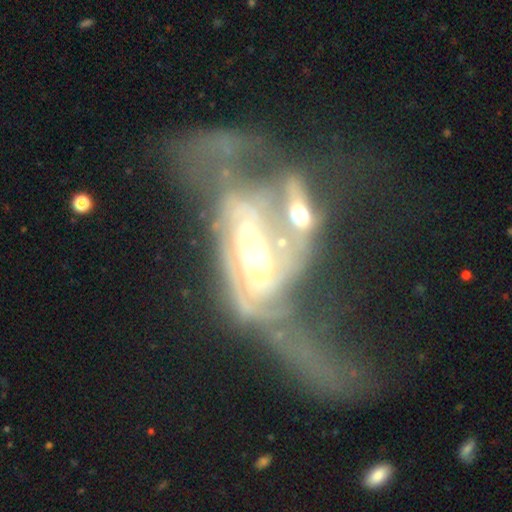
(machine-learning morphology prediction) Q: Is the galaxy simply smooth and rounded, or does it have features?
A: featured or disk — 82%.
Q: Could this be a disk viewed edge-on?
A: no — 91%.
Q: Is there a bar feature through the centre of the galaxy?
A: no — 49%.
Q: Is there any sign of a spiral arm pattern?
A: yes — 76%.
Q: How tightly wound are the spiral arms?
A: medium — 35%.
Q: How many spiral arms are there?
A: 2 — 42%.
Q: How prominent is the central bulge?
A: moderate — 63%.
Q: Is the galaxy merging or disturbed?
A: merger — 46%.